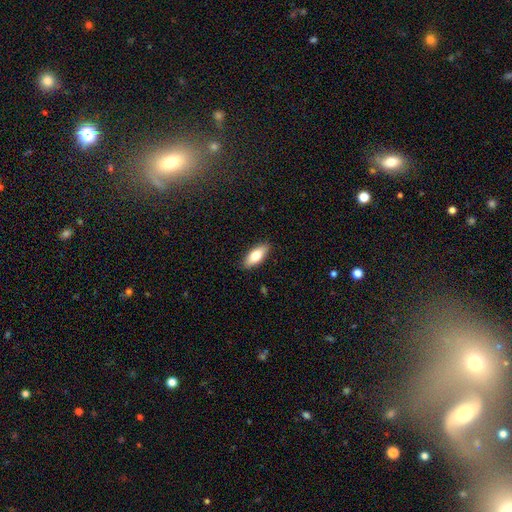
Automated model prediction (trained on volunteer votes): smooth_or_featured: smooth (p=0.71) [alt: featured or disk p=0.22]
how_rounded: in between (p=0.77) [alt: cigar-shaped p=0.20]
merging: none (p=0.88) [alt: minor disturbance p=0.09]